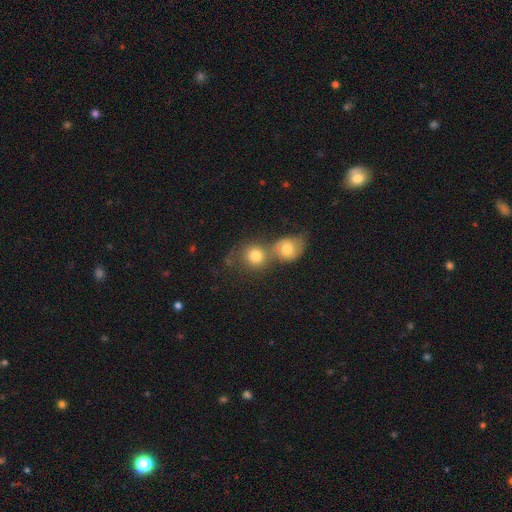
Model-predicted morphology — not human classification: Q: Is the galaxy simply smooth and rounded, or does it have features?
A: smooth — 78%.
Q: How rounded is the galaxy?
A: round — 83%.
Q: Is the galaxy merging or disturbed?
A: merger — 53%.